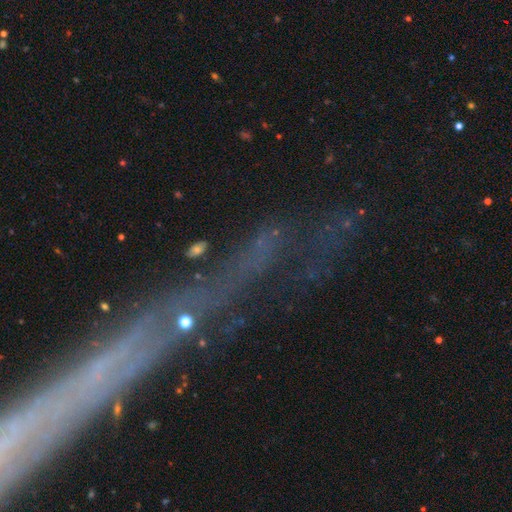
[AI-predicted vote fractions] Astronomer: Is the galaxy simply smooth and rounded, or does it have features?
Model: featured or disk — 43% (runner-up: star or artifact, 35%).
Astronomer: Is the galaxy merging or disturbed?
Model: none — 66%.